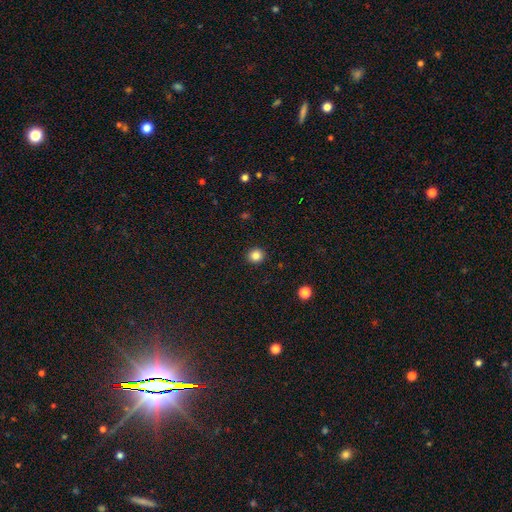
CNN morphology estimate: smooth-or-featured: smooth: 85% | star or artifact: 11% | featured or disk: 4%
  how-rounded: round: 89% | in between: 10% | cigar-shaped: 1%
  merging: none: 93% | minor disturbance: 5% | major disturbance: 2% | merger: 1%